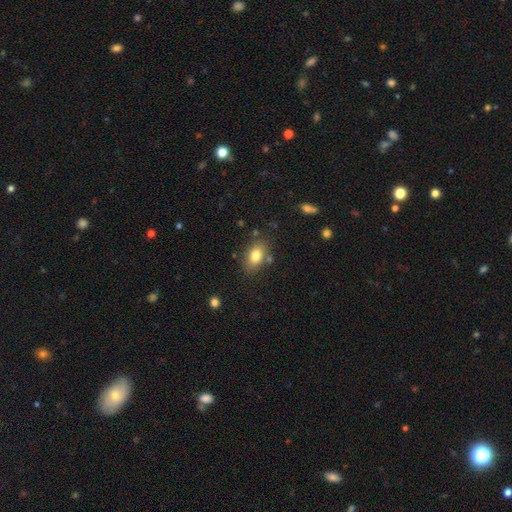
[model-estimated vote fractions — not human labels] A smooth galaxy with no disk features (80%) that is in between round and cigar-shaped (84%). Merging: none (79%).